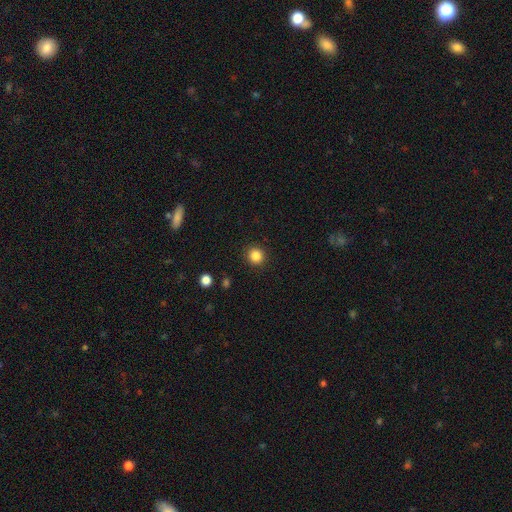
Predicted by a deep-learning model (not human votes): This is clearly a smooth galaxy (85%). How rounded: clearly round (92%). Merging: clearly none (92%).